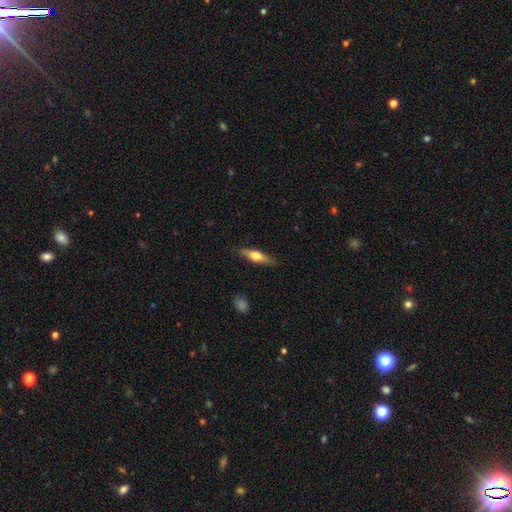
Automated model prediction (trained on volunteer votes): smooth-or-featured: smooth: 50% | featured or disk: 44% | star or artifact: 6%
  how-rounded: cigar-shaped: 67% | in between: 31% | round: 3%
  merging: none: 86% | minor disturbance: 11% | major disturbance: 2% | merger: 1%